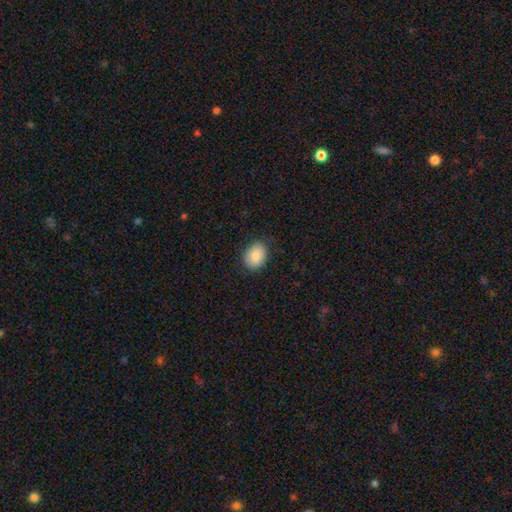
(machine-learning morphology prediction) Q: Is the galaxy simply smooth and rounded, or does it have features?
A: smooth — 86%.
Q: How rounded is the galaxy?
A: in between — 61%.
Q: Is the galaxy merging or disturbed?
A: none — 82%.